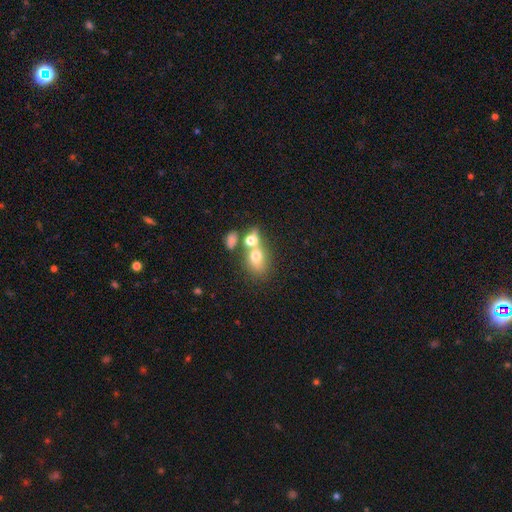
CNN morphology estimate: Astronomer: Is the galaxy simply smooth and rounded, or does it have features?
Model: smooth — 67%.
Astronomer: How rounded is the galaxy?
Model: in between — 63%.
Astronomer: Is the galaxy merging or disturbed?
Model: merger — 61%.